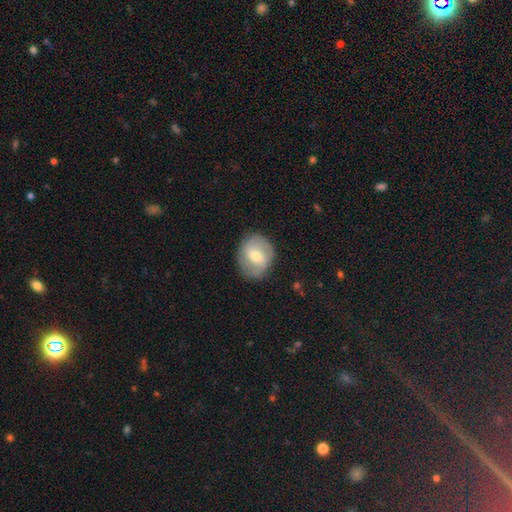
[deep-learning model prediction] Smooth or featured: featured or disk — 53% (smooth — 40%)
Edge-on disk: no — 96% (yes — 4%)
Bar: weak — 52% (no — 25%)
Spiral arms: yes — 72% (no — 28%)
Bulge size: moderate — 61% (small — 32%)
Merging: none — 79% (minor disturbance — 15%)